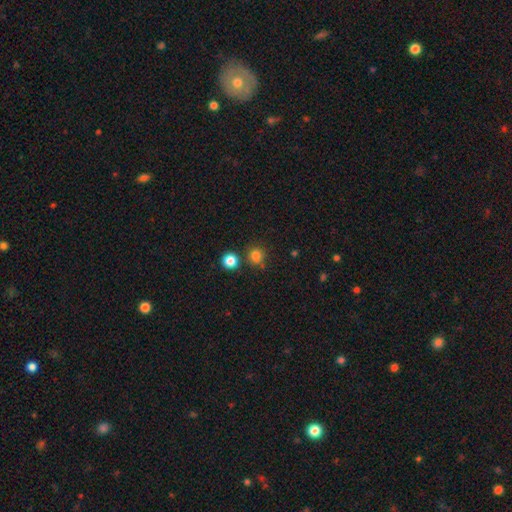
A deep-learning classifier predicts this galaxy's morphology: smooth_or_featured: smooth (p=0.79) [alt: star or artifact p=0.16]
how_rounded: round (p=0.90) [alt: in between p=0.09]
merging: none (p=0.75) [alt: minor disturbance p=0.11]